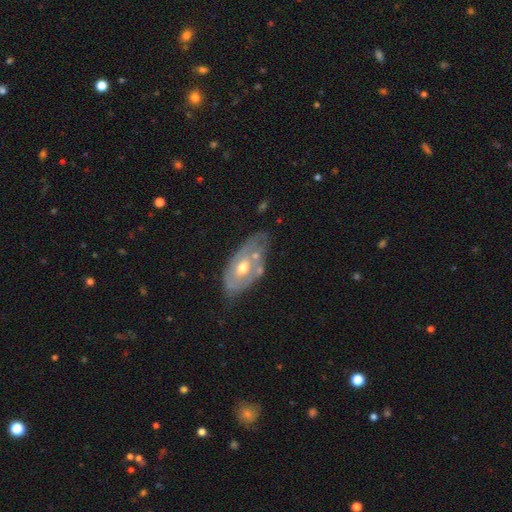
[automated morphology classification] smooth-or-featured: featured or disk: 64% | smooth: 22% | star or artifact: 14%
  disk-edge-on: no: 88% | yes: 12%
    bar: no: 79% | weak: 16% | strong: 5%
    has-spiral-arms: yes: 65% | no: 35%
    bulge-size: moderate: 63% | small: 30% | large: 4% | dominant: 1% | none: 1%
  merging: none: 74% | minor disturbance: 17% | major disturbance: 7% | merger: 2%